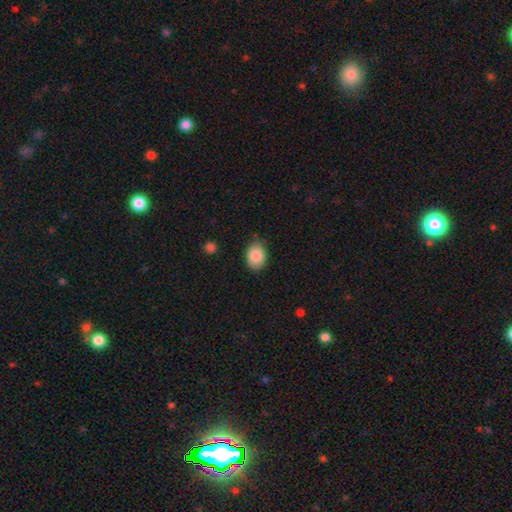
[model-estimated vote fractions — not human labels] Smooth or featured?
  - smooth: 87% *
  - star or artifact: 7%
  - featured or disk: 6%
How rounded?
  - in between: 74% *
  - round: 25%
  - cigar-shaped: 1%
Merging?
  - none: 77% *
  - minor disturbance: 18%
  - major disturbance: 3%
  - merger: 1%